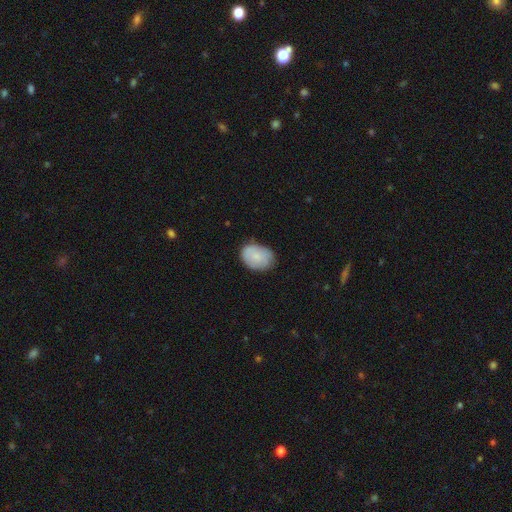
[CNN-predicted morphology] A smooth galaxy with no disk features (76%) that is in between round and cigar-shaped (70%). Merging: none (71%).